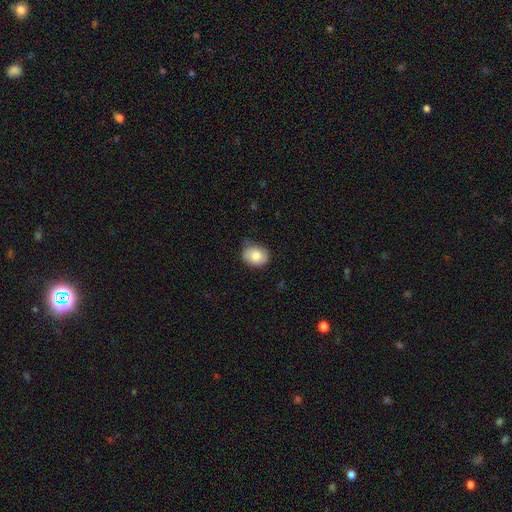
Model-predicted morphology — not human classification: Smooth or featured?
  - smooth: 84% *
  - featured or disk: 8%
  - star or artifact: 7%
How rounded?
  - in between: 52% *
  - round: 47%
  - cigar-shaped: 1%
Merging?
  - none: 68% *
  - minor disturbance: 26%
  - major disturbance: 4%
  - merger: 1%